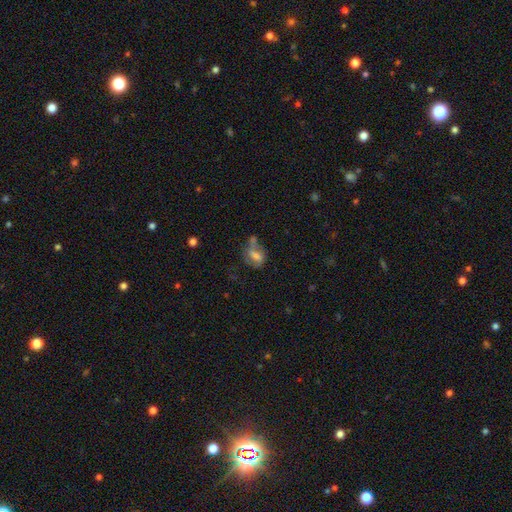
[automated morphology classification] Smooth or featured? smooth (52%)
How rounded? in between (65%)
Merging? none (35%)